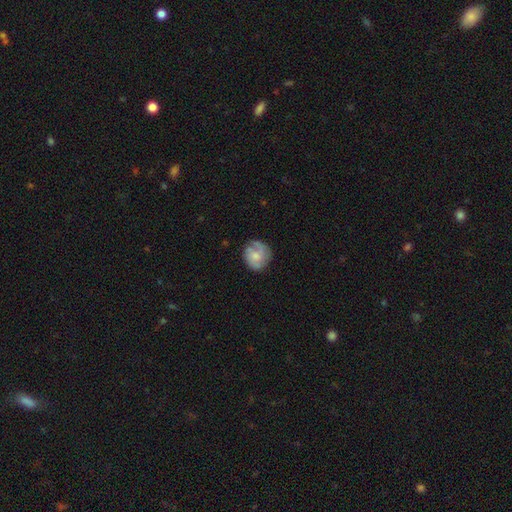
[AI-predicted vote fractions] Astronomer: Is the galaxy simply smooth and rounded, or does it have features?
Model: smooth — 48% (runner-up: featured or disk, 45%).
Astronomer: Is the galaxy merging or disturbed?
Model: none — 67%.